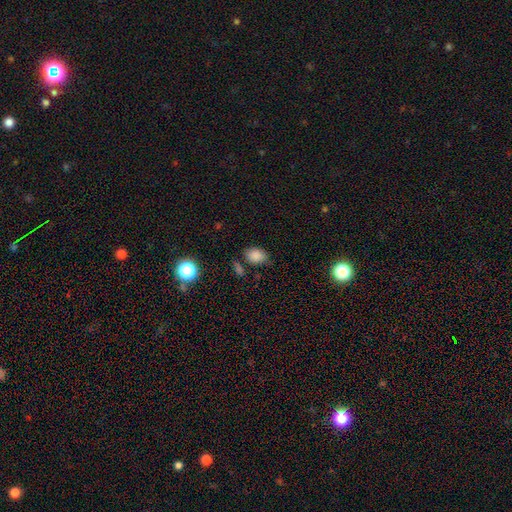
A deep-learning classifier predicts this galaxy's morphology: Overall: smooth (84%). How rounded: in between (76%). Merging: none (73%).